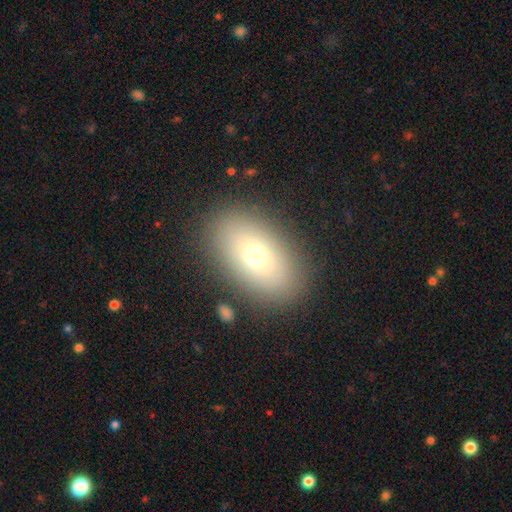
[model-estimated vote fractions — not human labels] A smooth galaxy with no disk features (70%) that is in between round and cigar-shaped (86%).

Vote fractions:
- Smooth or featured? smooth: 70% / featured or disk: 18% / star or artifact: 12%
- How rounded? in between: 86% / round: 12% / cigar-shaped: 2%
- Merging? none: 87% / minor disturbance: 8% / major disturbance: 3% / merger: 2%